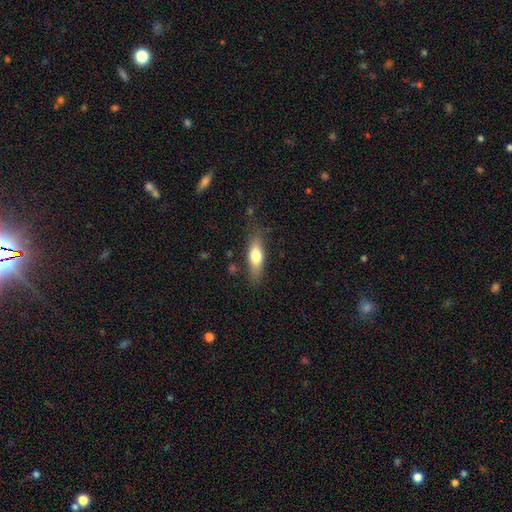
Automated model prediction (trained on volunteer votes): A smooth galaxy with no disk features (70%) that is in between round and cigar-shaped (56%).

Vote fractions:
- Smooth or featured? smooth: 70% / featured or disk: 23% / star or artifact: 7%
- How rounded? in between: 56% / cigar-shaped: 41% / round: 3%
- Merging? none: 77% / minor disturbance: 17% / major disturbance: 5% / merger: 2%